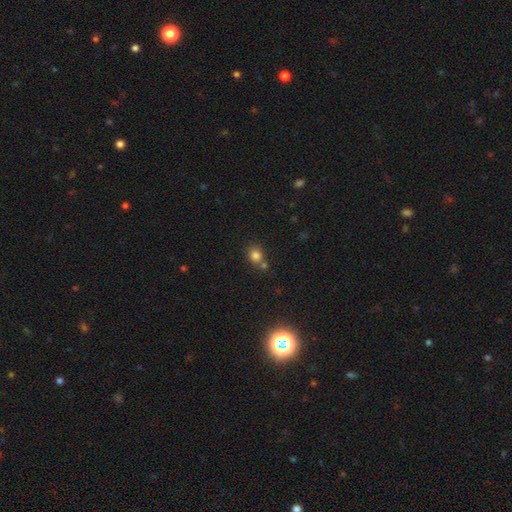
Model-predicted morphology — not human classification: smooth-or-featured: smooth: 79% | star or artifact: 14% | featured or disk: 7%
  how-rounded: round: 80% | in between: 19% | cigar-shaped: 1%
  merging: none: 58% | merger: 28% | minor disturbance: 11% | major disturbance: 4%